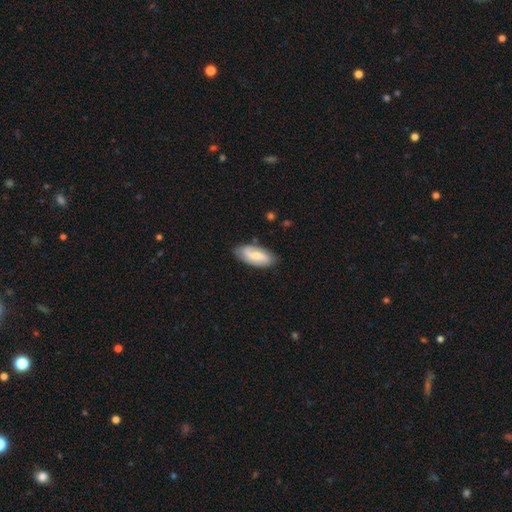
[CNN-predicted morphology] This appears to be a featured or disk galaxy (59%) with a weak bar (46%), spiral arms (85%) and a small central bulge (46%). Merging: none (80%).